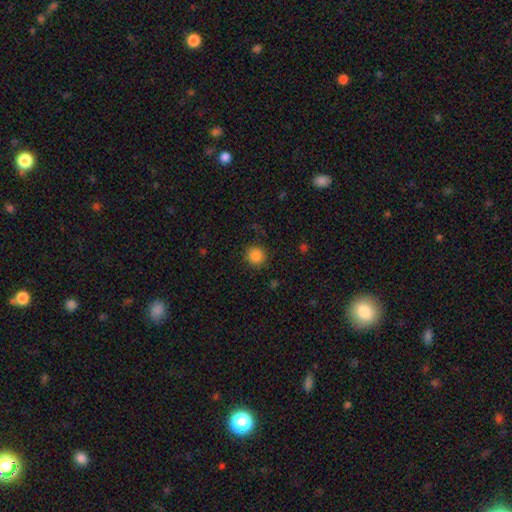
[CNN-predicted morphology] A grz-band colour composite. It shows a smooth galaxy with no disk features (86%) that is round (93%). Merging: none (89%).